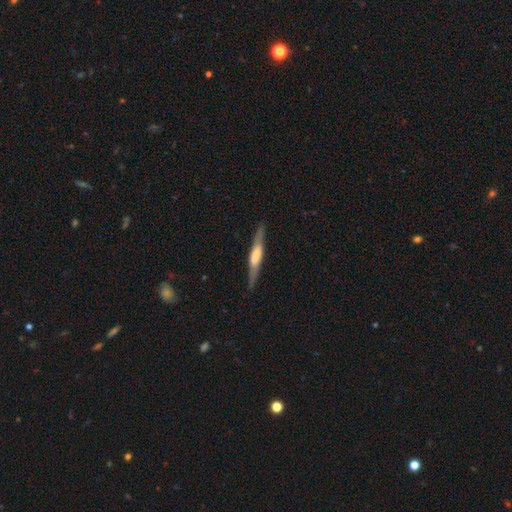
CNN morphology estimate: A featured or disk galaxy (59%) viewed edge-on (90%) with a boxy central bulge (43%, tied with rounded).

Vote fractions:
- Smooth or featured? featured or disk: 59% / smooth: 35% / star or artifact: 5%
- Edge-on disk? yes: 90% / no: 10%
- Edge-on bulge? boxy: 43% (tied) / rounded: 43% (tied) / none: 15%
- Merging? none: 85% / minor disturbance: 11% / major disturbance: 3% / merger: 1%